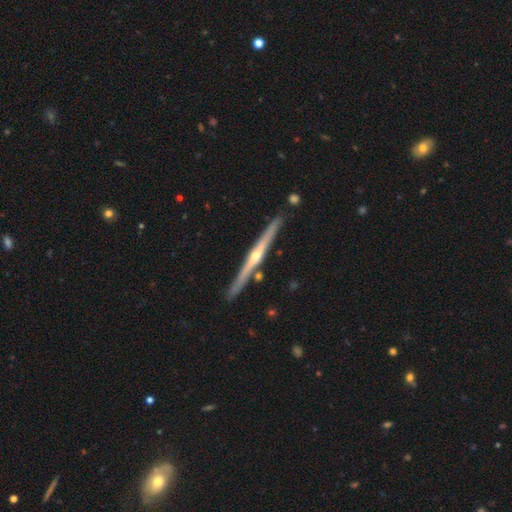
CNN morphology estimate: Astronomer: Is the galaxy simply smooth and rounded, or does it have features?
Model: featured or disk — 83%.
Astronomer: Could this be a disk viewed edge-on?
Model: yes — 98%.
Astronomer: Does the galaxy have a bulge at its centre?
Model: rounded — 85%.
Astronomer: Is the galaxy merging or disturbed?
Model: none — 90%.